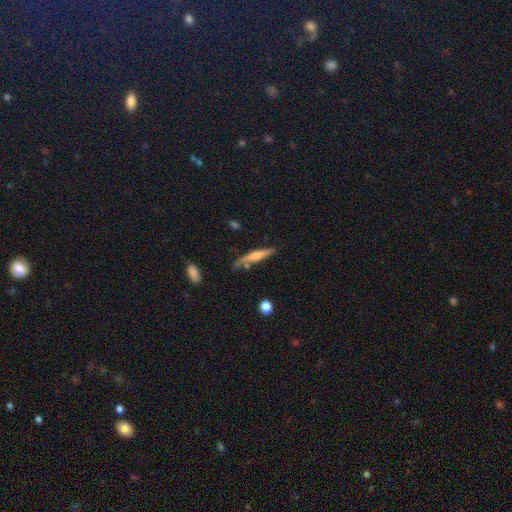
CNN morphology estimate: Q: Smooth or featured?
A: smooth (59%); runner-up: featured or disk (35%)
Q: How rounded?
A: cigar-shaped (86%); runner-up: in between (12%)
Q: Merging?
A: none (64%); runner-up: minor disturbance (22%)